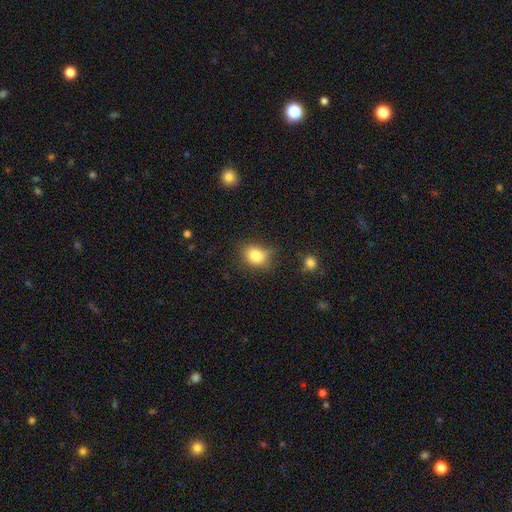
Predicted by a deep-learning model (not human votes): Morphology: type=smooth (81%); roundness=in between (55%); merging=none (64%).